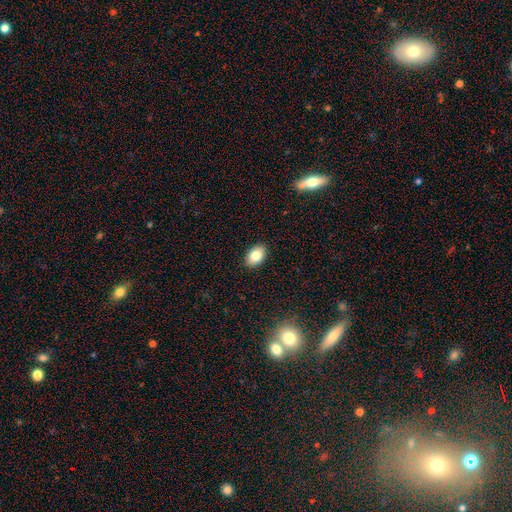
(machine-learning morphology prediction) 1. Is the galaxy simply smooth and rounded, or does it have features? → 83% smooth, 9% featured or disk, 8% star or artifact.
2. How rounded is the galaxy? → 87% in between, 12% round, 1% cigar-shaped.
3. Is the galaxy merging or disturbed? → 89% none, 8% minor disturbance, 2% major disturbance, 1% merger.